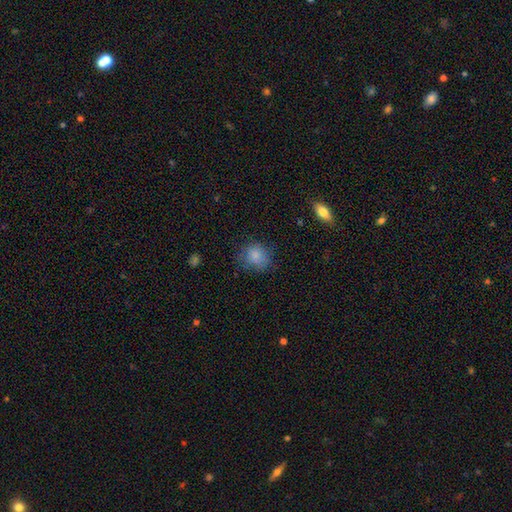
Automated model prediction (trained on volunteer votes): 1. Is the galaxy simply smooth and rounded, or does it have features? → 83% smooth, 10% star or artifact, 7% featured or disk.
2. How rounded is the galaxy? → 76% round, 23% in between, 1% cigar-shaped.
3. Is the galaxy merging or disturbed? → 71% none, 20% minor disturbance, 7% major disturbance, 1% merger.